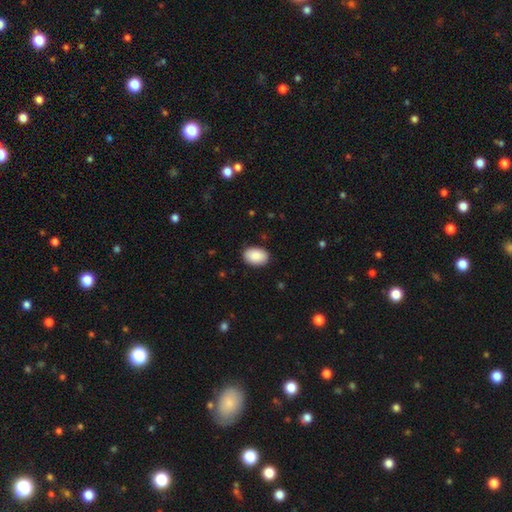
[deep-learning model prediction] Q: Smooth or featured?
A: smooth (90%); runner-up: star or artifact (6%)
Q: How rounded?
A: in between (88%); runner-up: round (11%)
Q: Merging?
A: none (88%); runner-up: minor disturbance (9%)